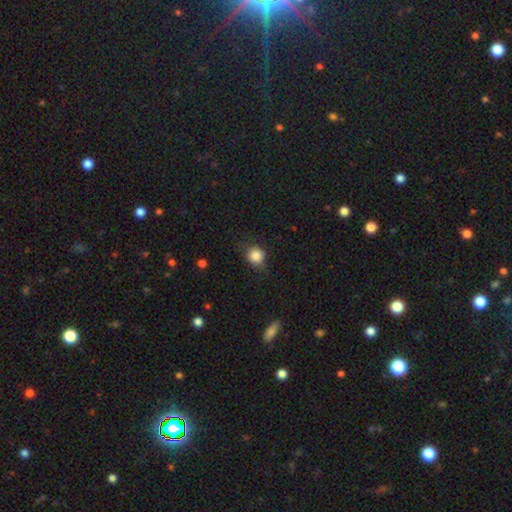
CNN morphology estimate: Smooth or featured: smooth — 84% (star or artifact — 10%)
How rounded: round — 81% (in between — 18%)
Merging: none — 70% (minor disturbance — 22%)